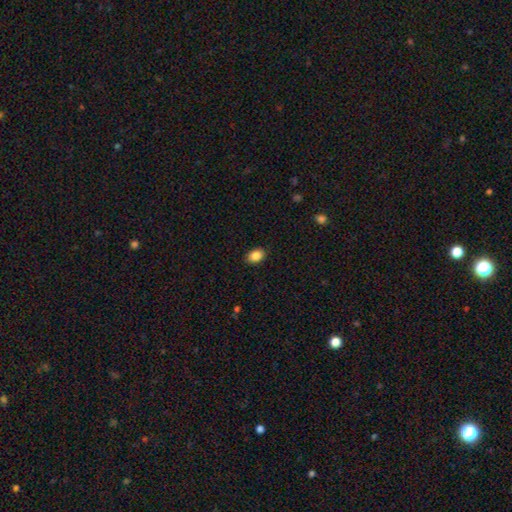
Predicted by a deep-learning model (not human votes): Overall: smooth (88%). How rounded: in between (79%). Merging: none (89%).